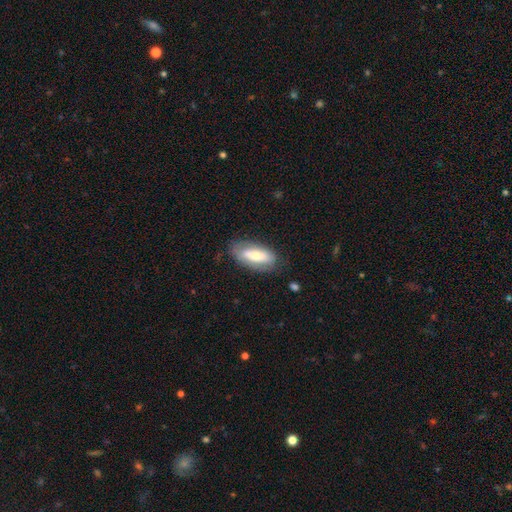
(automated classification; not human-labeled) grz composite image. It shows a smooth galaxy with no disk features (61%) that is in between round and cigar-shaped (81%). Merging: none (74%).